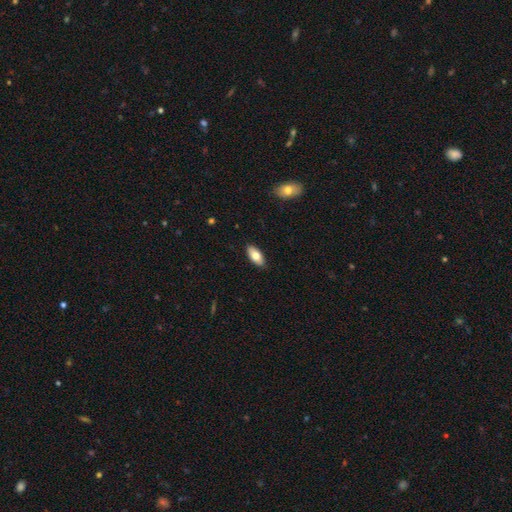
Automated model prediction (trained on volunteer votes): Morphology: type=smooth (74%); roundness=in between (89%); merging=none (89%).